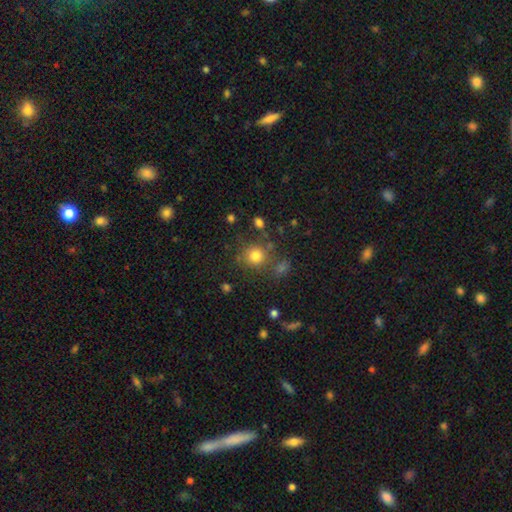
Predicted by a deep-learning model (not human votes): A smooth galaxy with no disk features (80%) that is round (89%). Merging: none (75%).